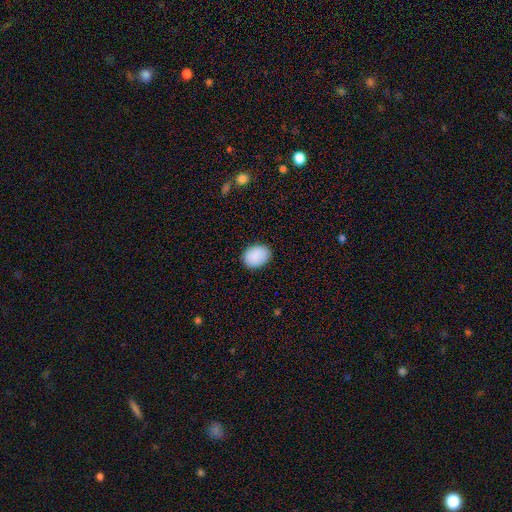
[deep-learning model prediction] A smooth galaxy with no disk features (90%) that is in between round and cigar-shaped (64%). Merging: none (87%).